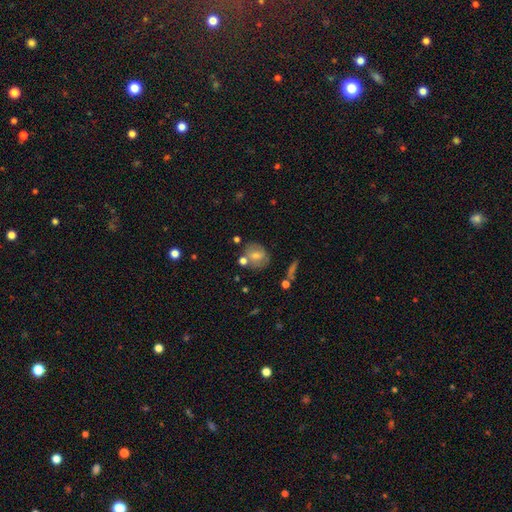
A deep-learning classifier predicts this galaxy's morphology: type=smooth (65%); roundness=round (68%); merging=none (61%).